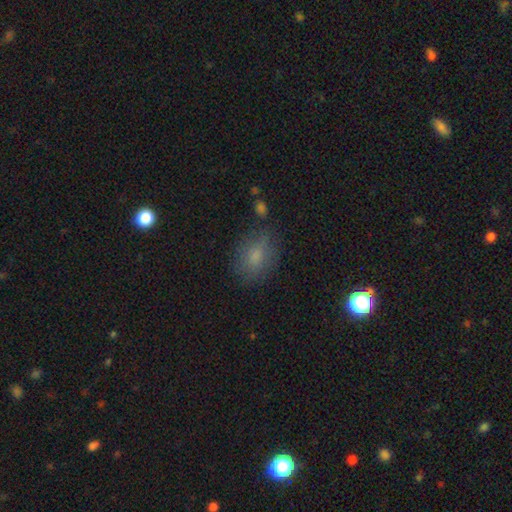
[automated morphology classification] Smooth or featured? Predicted: smooth (p=0.74). How rounded? Predicted: in between (p=0.68). Merging? Predicted: none (p=0.71).